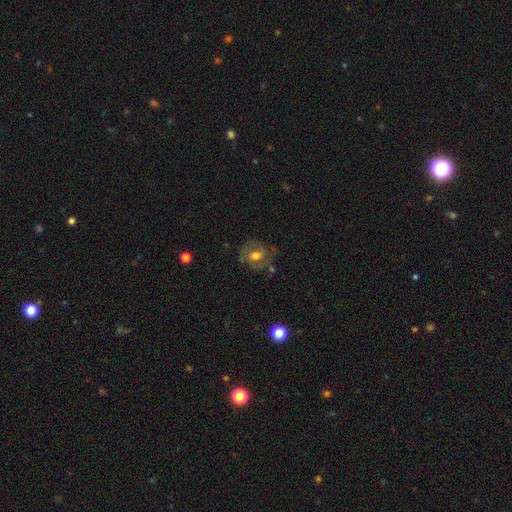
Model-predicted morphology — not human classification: This appears to be a featured or disk galaxy (51%). Merging: none (66%).